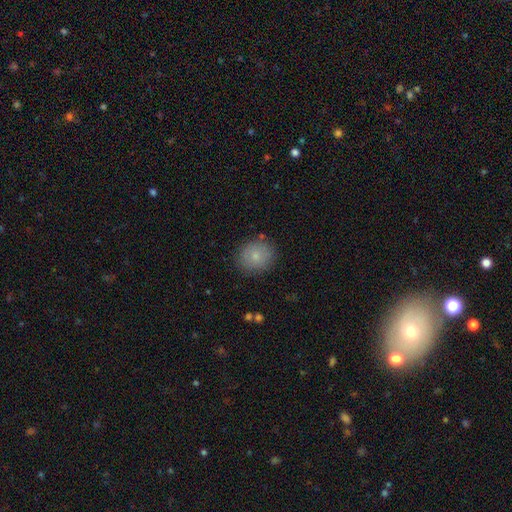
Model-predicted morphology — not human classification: Q: Smooth or featured?
A: smooth (81%); runner-up: featured or disk (10%)
Q: How rounded?
A: round (85%); runner-up: in between (14%)
Q: Merging?
A: none (85%); runner-up: minor disturbance (10%)